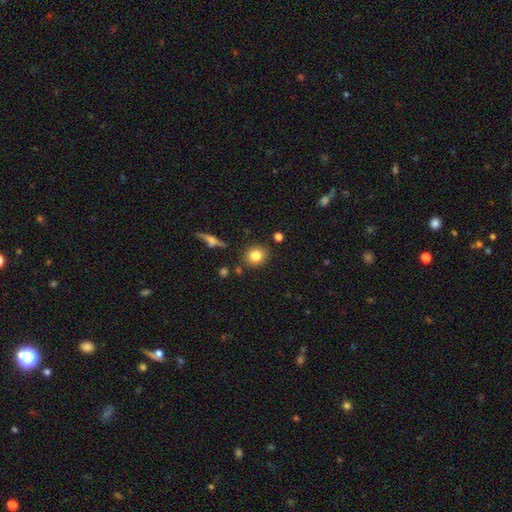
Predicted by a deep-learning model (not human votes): smooth-or-featured: smooth: 81% | star or artifact: 10% | featured or disk: 9%
  how-rounded: round: 78% | in between: 21% | cigar-shaped: 1%
  merging: none: 85% | minor disturbance: 9% | merger: 4% | major disturbance: 2%